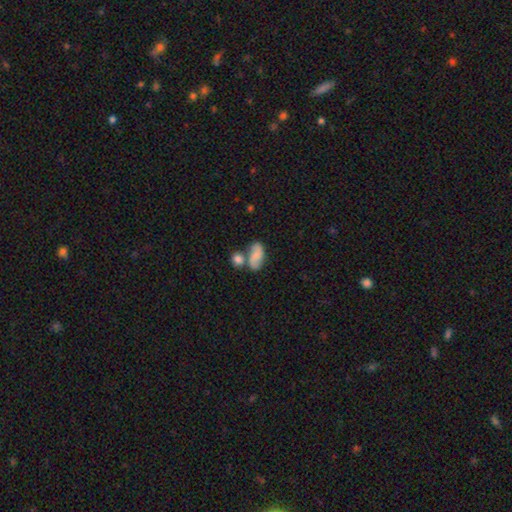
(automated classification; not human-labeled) A smooth galaxy with no disk features (61%) that is in between round and cigar-shaped (89%).

Vote fractions:
- Smooth or featured? smooth: 61% / featured or disk: 30% / star or artifact: 9%
- How rounded? in between: 89% / round: 8% / cigar-shaped: 4%
- Merging? merger: 38% / none: 37% / minor disturbance: 17% / major disturbance: 8%